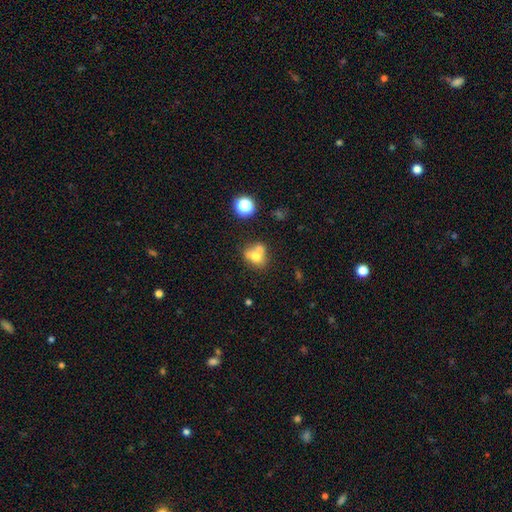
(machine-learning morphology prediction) Overall: smooth (66%). How rounded: round (64%; in between 35%). Merging: merger (50%; none 34%).